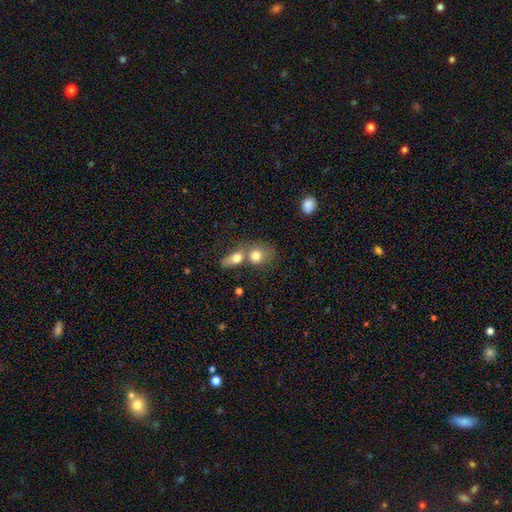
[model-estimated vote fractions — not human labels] smooth 76%, featured or disk 15%, star or artifact 9%. Down the decision tree: how rounded — round (62%); merging — merger (63%).